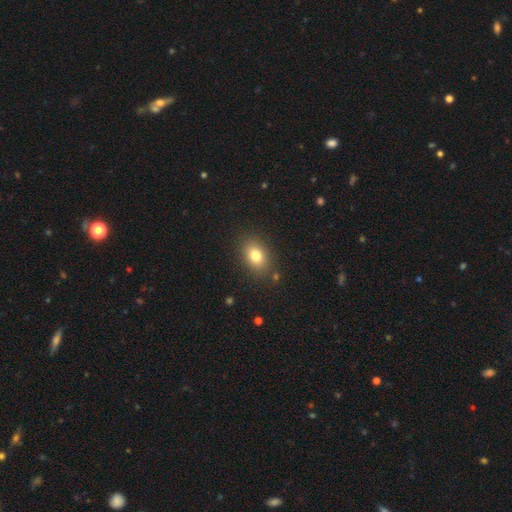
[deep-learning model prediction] Smooth or featured? smooth (79%)
How rounded? in between (72%)
Merging? none (85%)